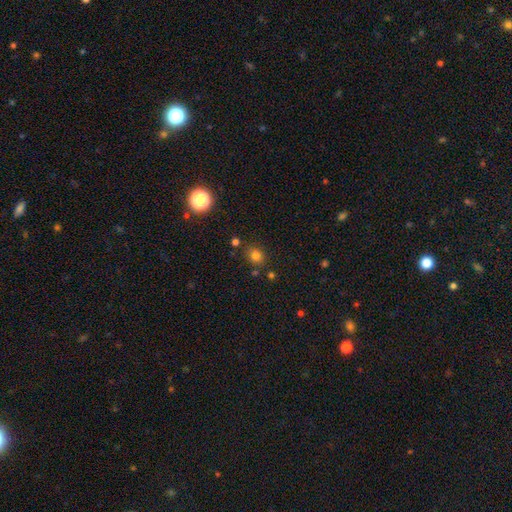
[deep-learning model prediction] This is likely a smooth galaxy (77%). How rounded: likely round (70%). Merging: likely none (79%).